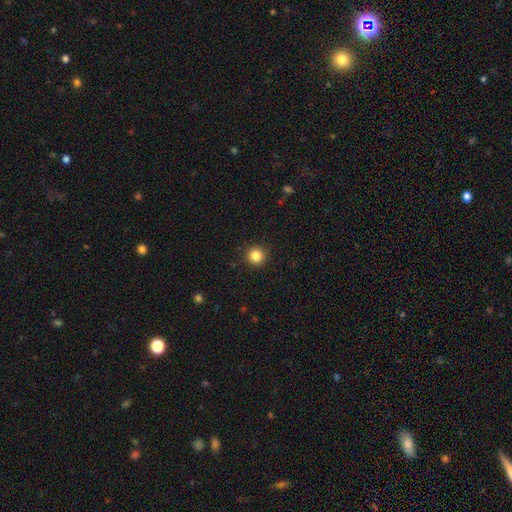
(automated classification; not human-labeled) smooth 85%, star or artifact 11%, featured or disk 4%. Down the decision tree: how rounded — round (95%); merging — none (92%).